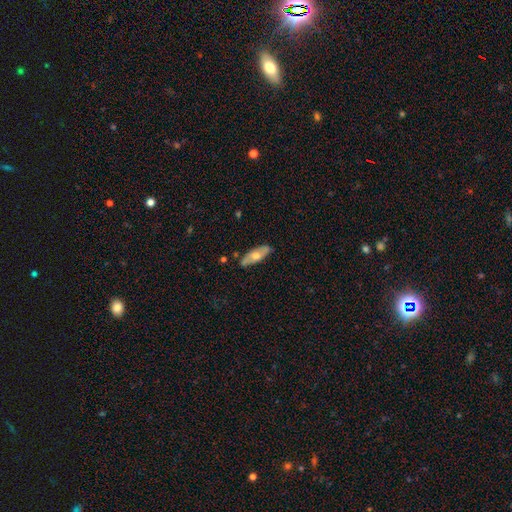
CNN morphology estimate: Smooth or featured? Predicted: smooth (p=0.48). Merging? Predicted: none (p=0.82).